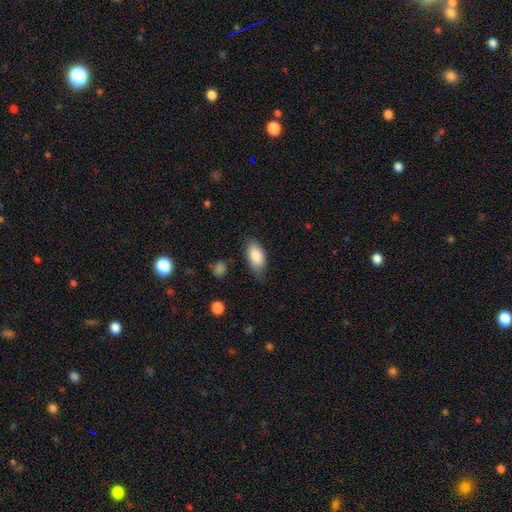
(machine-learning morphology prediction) Smooth or featured? Predicted: smooth (p=0.84). How rounded? Predicted: in between (p=0.92). Merging? Predicted: none (p=0.63).